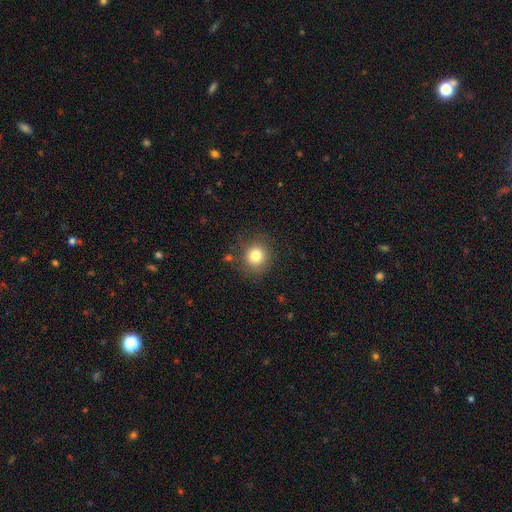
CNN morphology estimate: Smooth or featured? Predicted: smooth (p=0.80). How rounded? Predicted: round (p=0.89). Merging? Predicted: none (p=0.84).